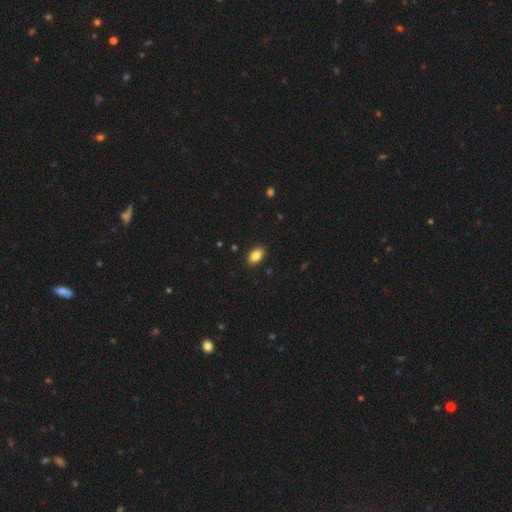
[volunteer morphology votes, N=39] Smooth or featured: smooth — 79% (featured or disk — 10%)
How rounded: in between — 97% (round — 3%)
Merging: none — 89% (minor disturbance — 9%)